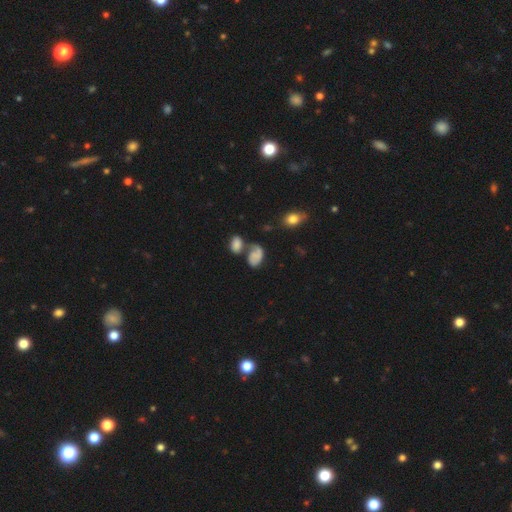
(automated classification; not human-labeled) smooth 55%, featured or disk 33%, star or artifact 13%. Down the decision tree: how rounded — in between (83%); merging — merger (36%).